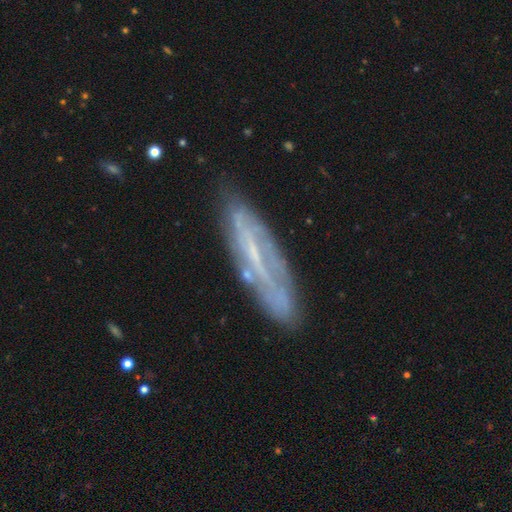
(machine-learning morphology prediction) smooth-or-featured: featured or disk: 68% | smooth: 23% | star or artifact: 9%
  disk-edge-on: no: 57% | yes: 43%
  merging: none: 73% | minor disturbance: 18% | major disturbance: 6% | merger: 3%